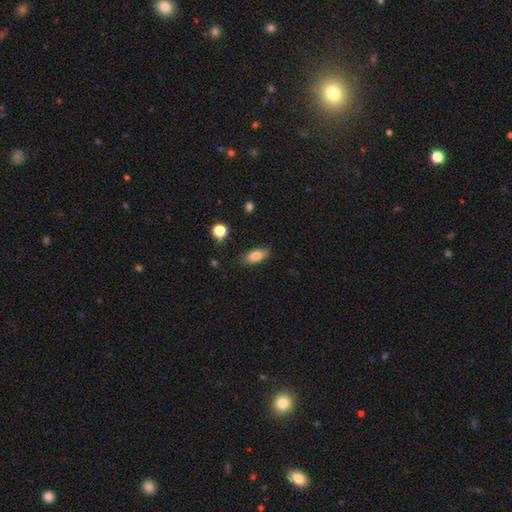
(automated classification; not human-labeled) Morphology: type=smooth (80%); roundness=in between (79%); merging=none (84%).